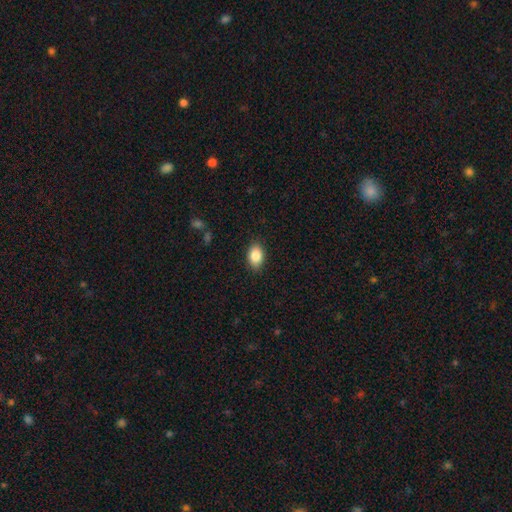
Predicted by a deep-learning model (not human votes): A smooth galaxy with no disk features (86%) that is in between round and cigar-shaped (86%).

Vote fractions:
- Smooth or featured? smooth: 86% / star or artifact: 8% / featured or disk: 6%
- How rounded? in between: 86% / round: 13% / cigar-shaped: 1%
- Merging? none: 87% / minor disturbance: 10% / major disturbance: 2% / merger: 1%